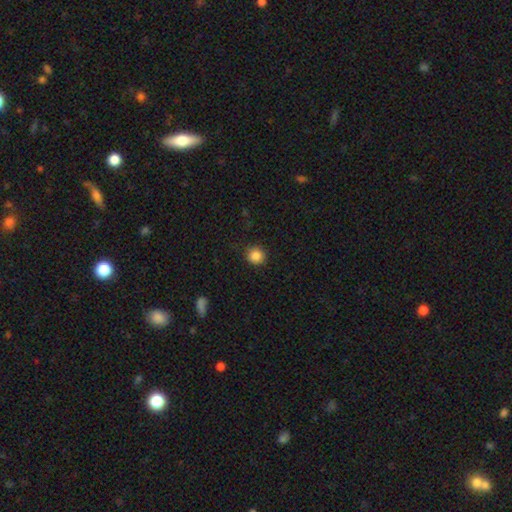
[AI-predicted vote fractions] smooth_or_featured: smooth (p=0.87) [alt: star or artifact p=0.10]
how_rounded: round (p=0.92) [alt: in between p=0.07]
merging: none (p=0.89) [alt: minor disturbance p=0.08]